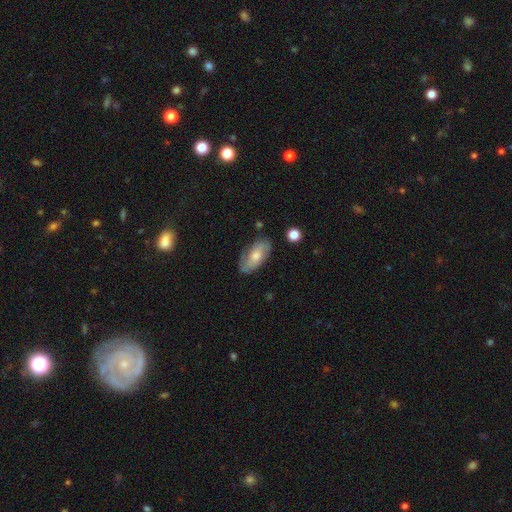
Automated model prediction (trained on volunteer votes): This appears to be a featured or disk galaxy (54%). Merging: none (79%).